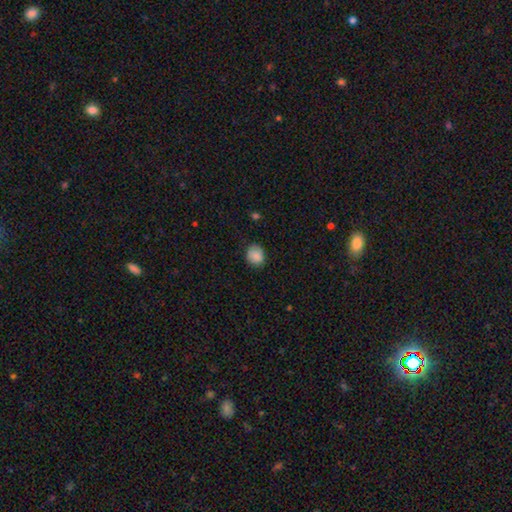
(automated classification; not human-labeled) This is clearly a smooth galaxy (85%). How rounded: likely round (67%). Merging: likely none (78%).